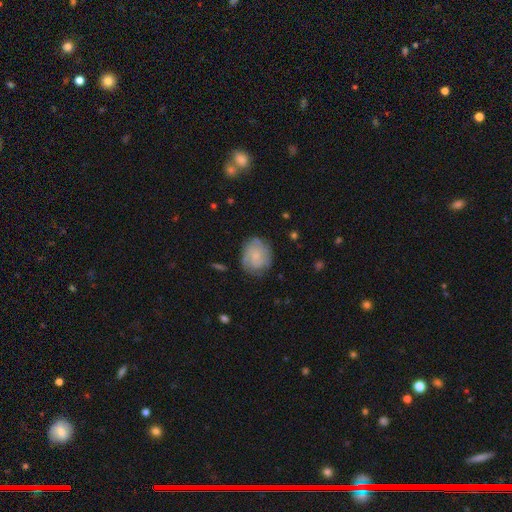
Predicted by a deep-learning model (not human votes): This appears to be a featured or disk galaxy (50%). Merging: none (70%).